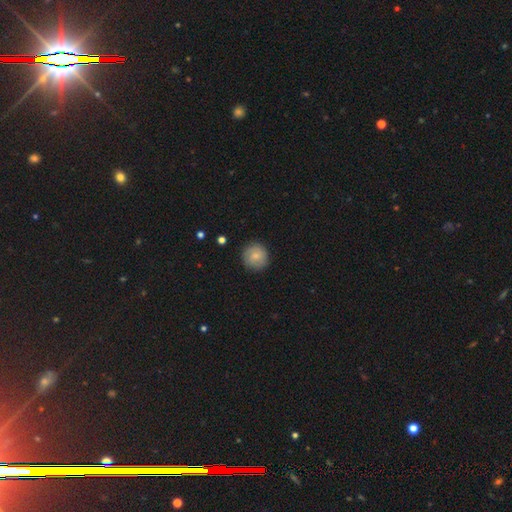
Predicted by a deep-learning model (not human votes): Smooth or featured?
  - smooth: 75% *
  - featured or disk: 17%
  - star or artifact: 8%
How rounded?
  - round: 93% *
  - in between: 6%
  - cigar-shaped: 1%
Merging?
  - none: 87% *
  - minor disturbance: 9%
  - major disturbance: 2%
  - merger: 1%